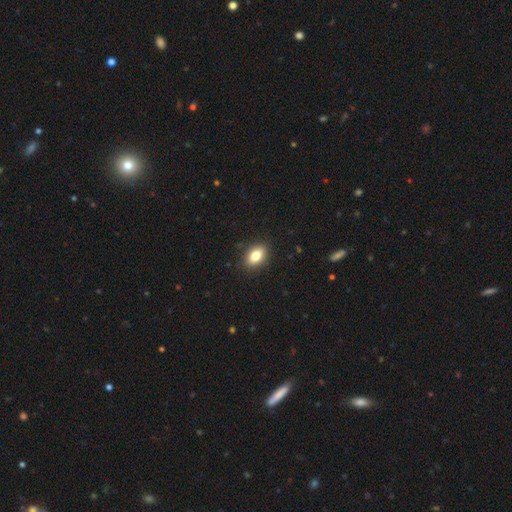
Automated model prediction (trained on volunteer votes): Morphology: type=smooth (81%); roundness=in between (83%); merging=none (88%).